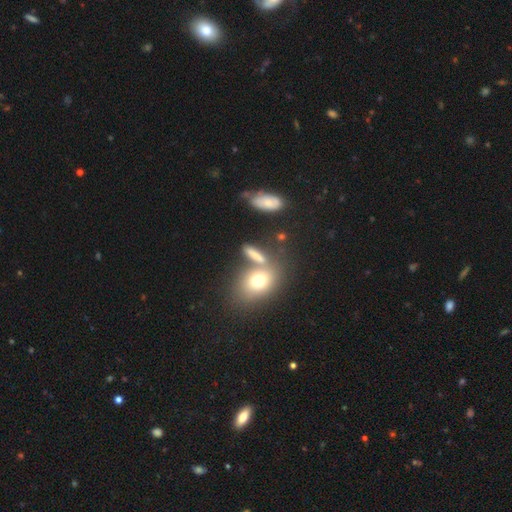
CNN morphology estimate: A smooth galaxy with no disk features (68%) that is in between round and cigar-shaped (48%).

Vote fractions:
- Smooth or featured? smooth: 68% / featured or disk: 20% / star or artifact: 12%
- How rounded? in between: 48% / cigar-shaped: 31% / round: 21%
- Merging? none: 57% / merger: 24% / minor disturbance: 12% / major disturbance: 6%